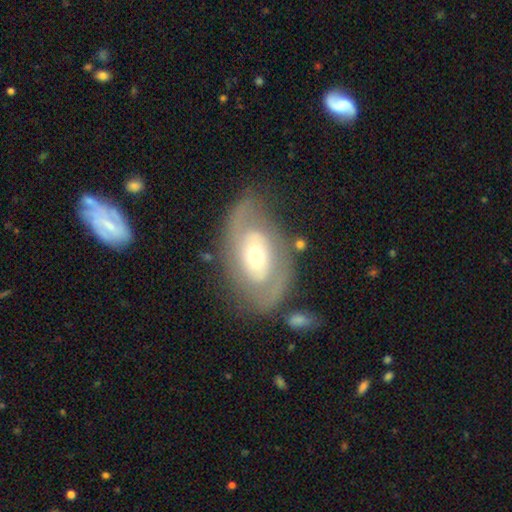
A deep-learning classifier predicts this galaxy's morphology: type=featured or disk (74%); edge-on=no (94%); bar=no (68%); spiral arms=yes (72%); winding=tight (48%); arm count=2 (67%); bulge=moderate (50%); merging=none (68%).